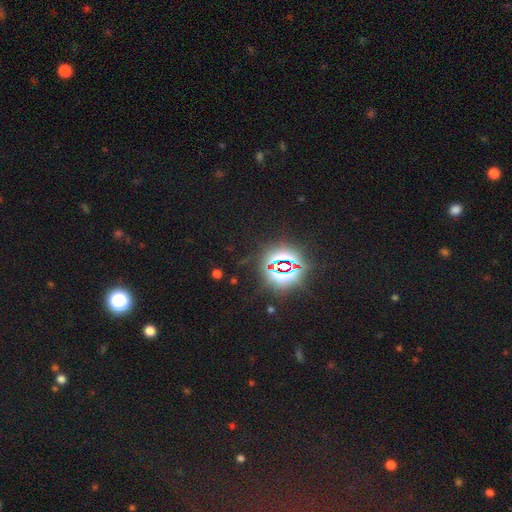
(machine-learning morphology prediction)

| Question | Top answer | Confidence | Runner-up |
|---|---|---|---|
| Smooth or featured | star or artifact | 81% | smooth (12%) |